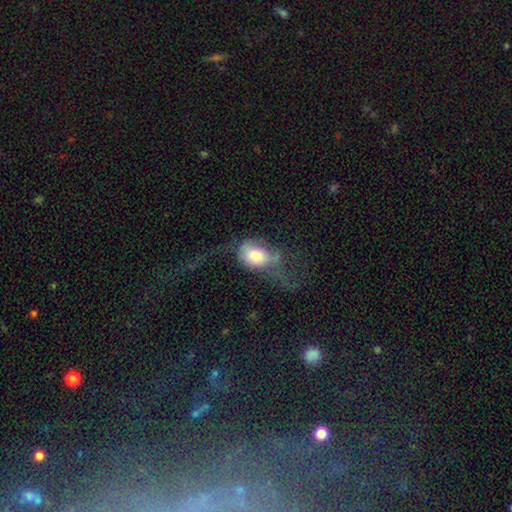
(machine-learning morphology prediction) A smooth galaxy with no disk features (66%) that is in between round and cigar-shaped (69%). Merging: major disturbance (56%).